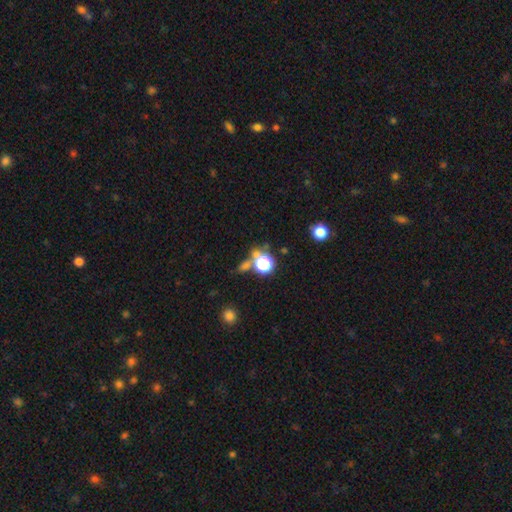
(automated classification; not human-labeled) The model was most divided on "smooth or featured": star or artifact: 49%, smooth: 40%, featured or disk: 11%.